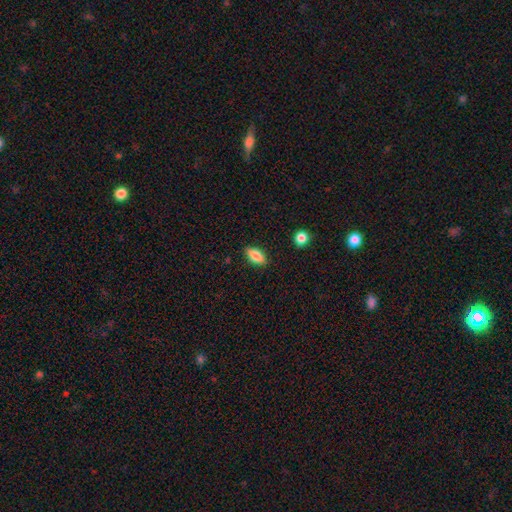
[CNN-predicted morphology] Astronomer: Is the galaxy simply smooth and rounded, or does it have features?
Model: smooth — 82%.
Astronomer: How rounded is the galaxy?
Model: in between — 86%.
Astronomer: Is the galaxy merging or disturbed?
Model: none — 86%.